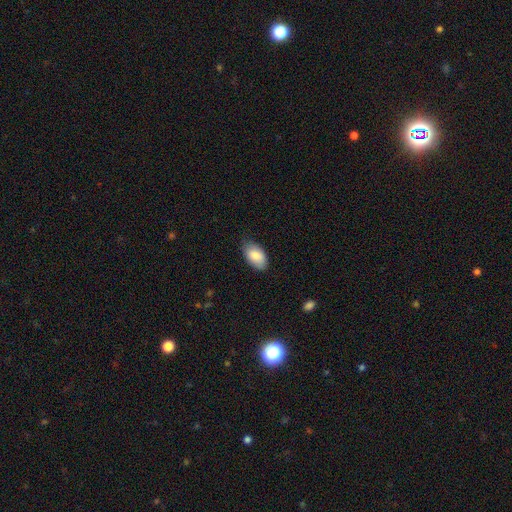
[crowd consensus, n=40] Q: Smooth or featured?
A: smooth (88%); runner-up: featured or disk (10%)
Q: How rounded?
A: in between (91%); runner-up: round (9%)
Q: Merging?
A: none (92%); runner-up: minor disturbance (5%)